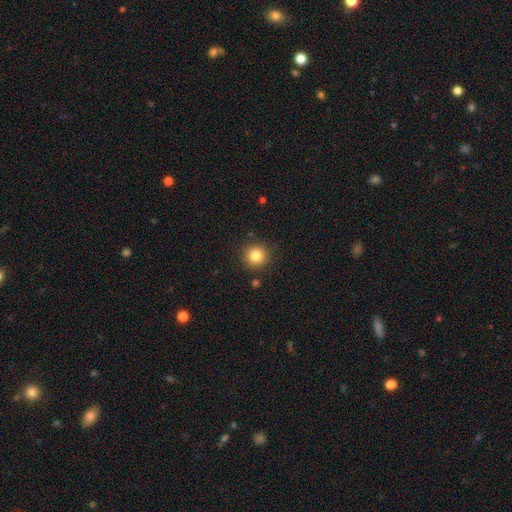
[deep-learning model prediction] smooth-or-featured: smooth: 83% | star or artifact: 11% | featured or disk: 6%
  how-rounded: round: 94% | in between: 6% | cigar-shaped: 1%
  merging: none: 89% | minor disturbance: 7% | major disturbance: 2% | merger: 2%